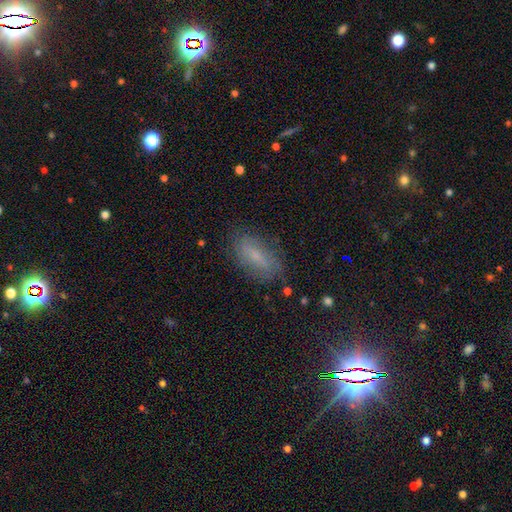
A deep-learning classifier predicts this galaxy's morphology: A smooth galaxy with no disk features (57%) that is in between round and cigar-shaped (80%).

Vote fractions:
- Smooth or featured? smooth: 57% / featured or disk: 25% / star or artifact: 18%
- How rounded? in between: 80% / cigar-shaped: 16% / round: 4%
- Merging? none: 76% / minor disturbance: 17% / major disturbance: 5% / merger: 2%